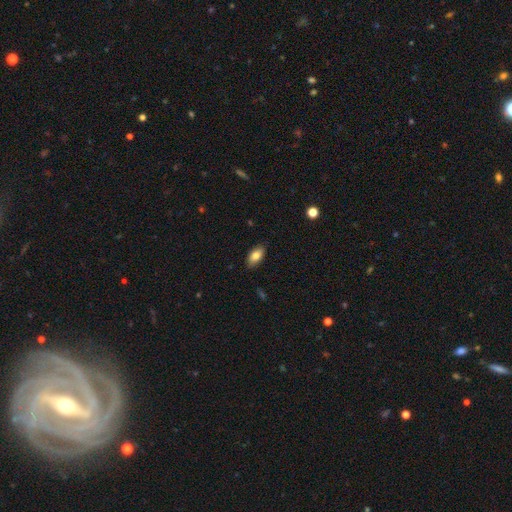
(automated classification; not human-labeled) The model was most divided on "smooth or featured": smooth: 82%, featured or disk: 11%, star or artifact: 7%. More confident: how rounded — in between (91%); merging — none (86%).